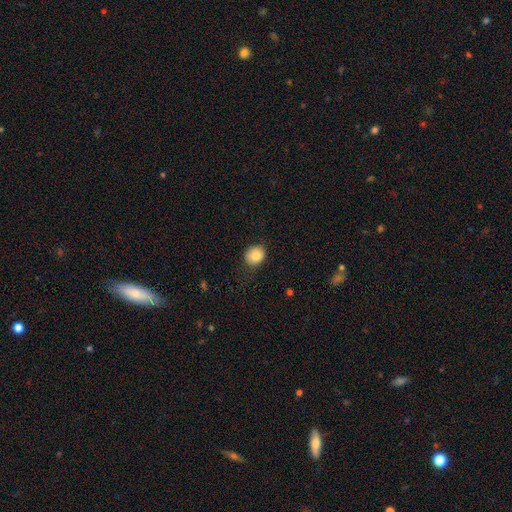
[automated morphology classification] Overall: smooth (83%). How rounded: round (65%; in between 34%). Merging: none (81%).